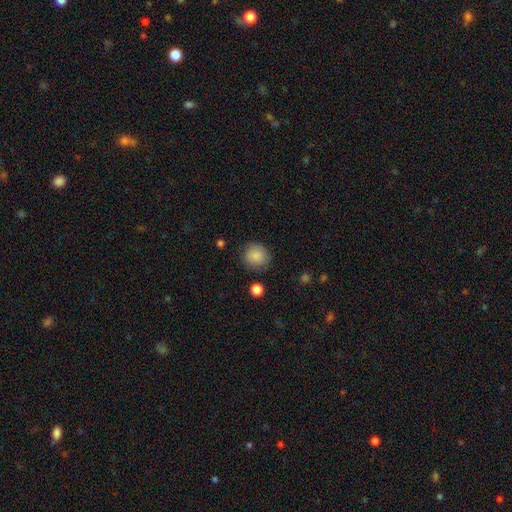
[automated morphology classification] smooth 87%, star or artifact 9%, featured or disk 5%. Down the decision tree: how rounded — round (89%); merging — none (83%).